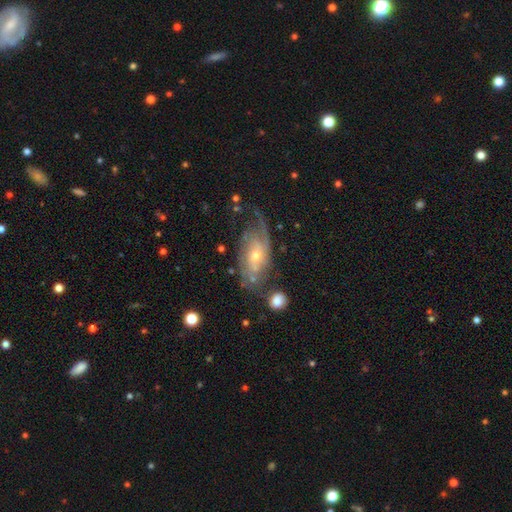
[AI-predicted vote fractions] This is likely a featured or disk galaxy (79%). It is clearly not viewed edge-on (92%). Bar: likely no (64%). Spiral arm pattern: clearly yes (91%). Spiral arm count: marginally can't tell (37%, tied with 2). Spiral winding: marginally tight (42%). Central bulge: possibly small (55%). Merging: possibly none (54%).